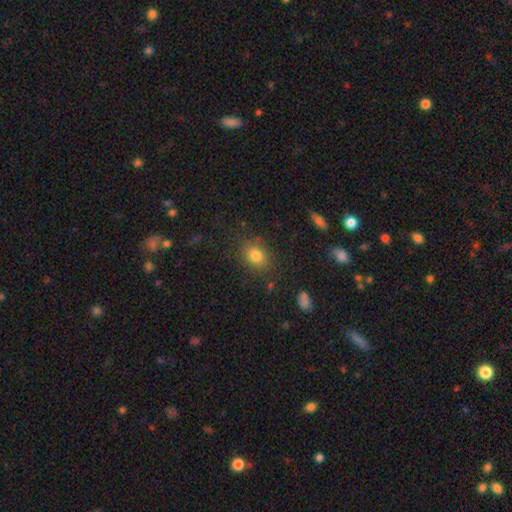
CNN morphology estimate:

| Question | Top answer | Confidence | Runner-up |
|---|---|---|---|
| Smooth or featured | smooth | 80% | star or artifact (12%) |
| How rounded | in between | 50% | round (49%) |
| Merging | none | 81% | minor disturbance (12%) |